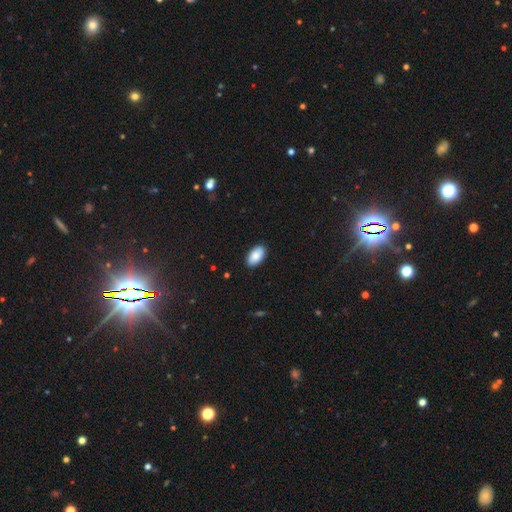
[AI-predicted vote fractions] smooth-or-featured: smooth: 87% | star or artifact: 7% | featured or disk: 6%
  how-rounded: in between: 95% | round: 3% | cigar-shaped: 2%
  merging: none: 89% | minor disturbance: 8% | major disturbance: 2% | merger: 1%